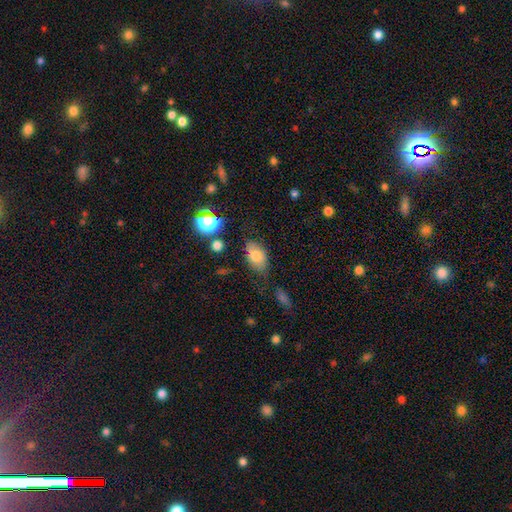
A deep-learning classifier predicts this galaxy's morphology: Smooth or featured?
  - smooth: 75% *
  - featured or disk: 14%
  - star or artifact: 11%
How rounded?
  - in between: 88% *
  - round: 10%
  - cigar-shaped: 2%
Merging?
  - none: 66% *
  - minor disturbance: 23%
  - major disturbance: 7%
  - merger: 4%